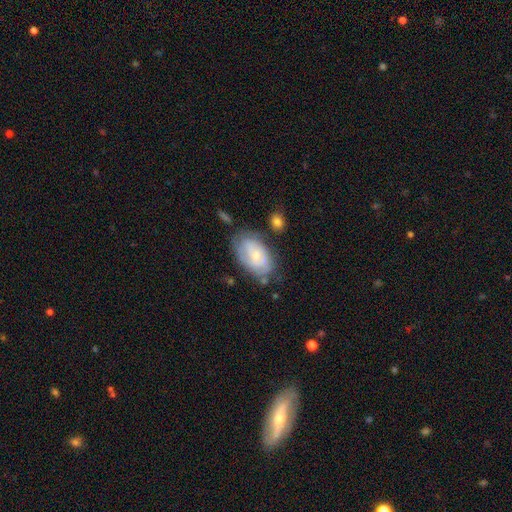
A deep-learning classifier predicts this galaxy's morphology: A featured or disk galaxy (48%).

Vote fractions:
- Smooth or featured? featured or disk: 48% / smooth: 45% / star or artifact: 7%
- Merging? none: 58% / minor disturbance: 26% / major disturbance: 10% / merger: 6%